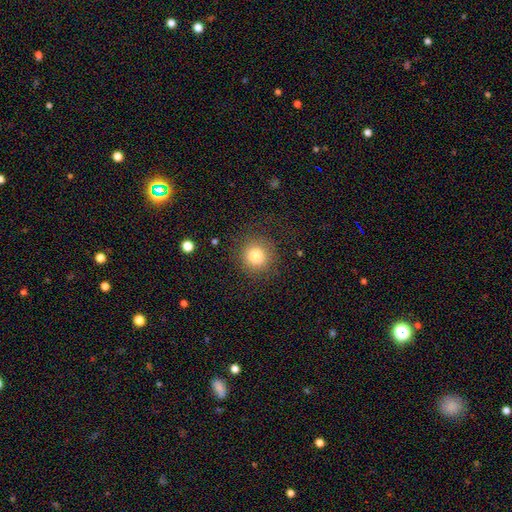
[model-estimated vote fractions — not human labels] smooth_or_featured: smooth (p=0.81) [alt: star or artifact p=0.11]
how_rounded: round (p=0.92) [alt: in between p=0.07]
merging: none (p=0.84) [alt: minor disturbance p=0.09]